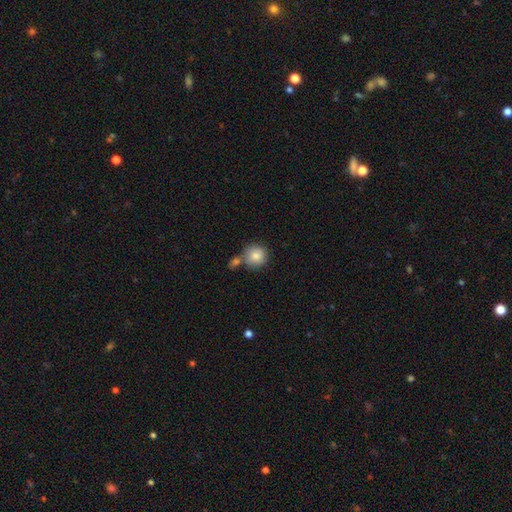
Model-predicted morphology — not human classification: A smooth galaxy with no disk features (84%) that is round (90%).

Vote fractions:
- Smooth or featured? smooth: 84% / featured or disk: 9% / star or artifact: 8%
- How rounded? round: 90% / in between: 9% / cigar-shaped: 1%
- Merging? none: 54% / merger: 29% / minor disturbance: 13% / major disturbance: 4%